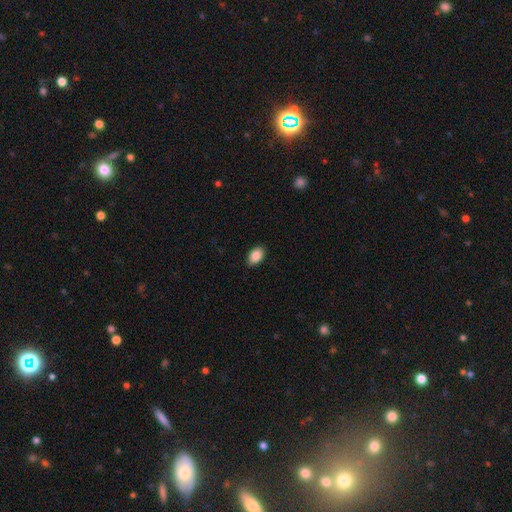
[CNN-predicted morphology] Q: Smooth or featured?
A: smooth (88%); runner-up: star or artifact (7%)
Q: How rounded?
A: in between (91%); runner-up: round (8%)
Q: Merging?
A: none (89%); runner-up: minor disturbance (8%)